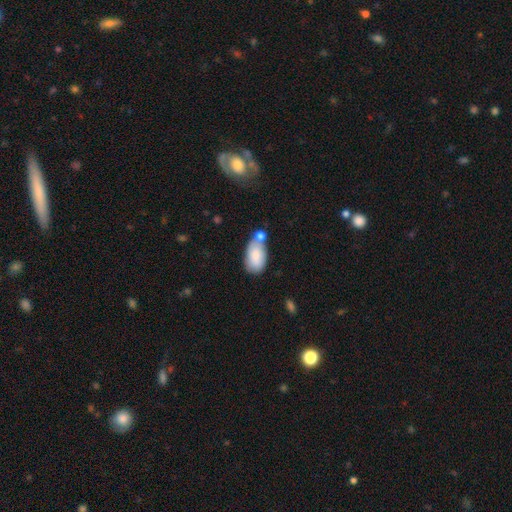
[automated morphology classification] smooth_or_featured: smooth (p=0.82) [alt: featured or disk p=0.12]
how_rounded: in between (p=0.94) [alt: round p=0.04]
merging: none (p=0.51) [alt: merger p=0.23]